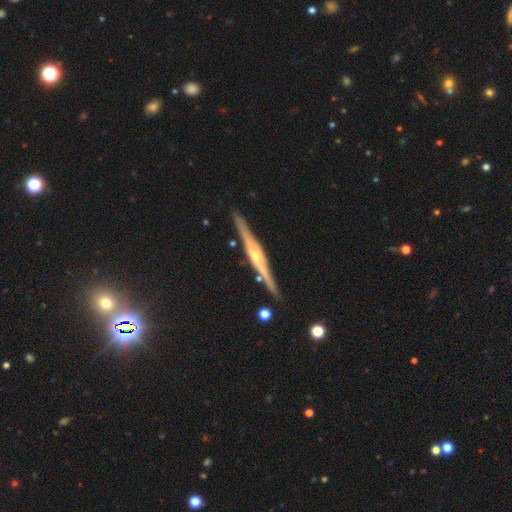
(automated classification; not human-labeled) Smooth or featured? featured or disk (83%)
Edge-on disk? yes (97%)
Edge-on bulge? rounded (73%)
Merging? none (87%)